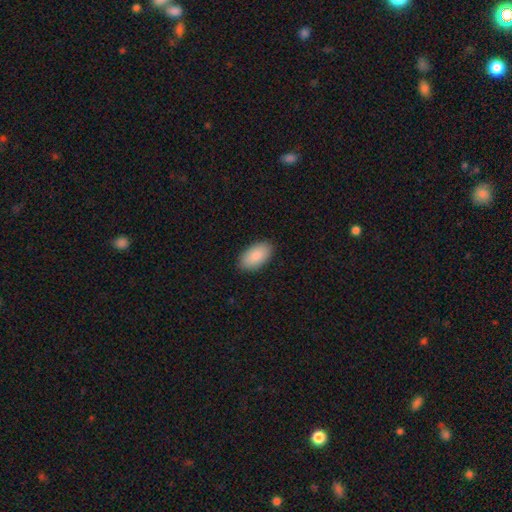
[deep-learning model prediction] Smooth or featured? Predicted: smooth (p=0.90). How rounded? Predicted: in between (p=0.96). Merging? Predicted: none (p=0.88).